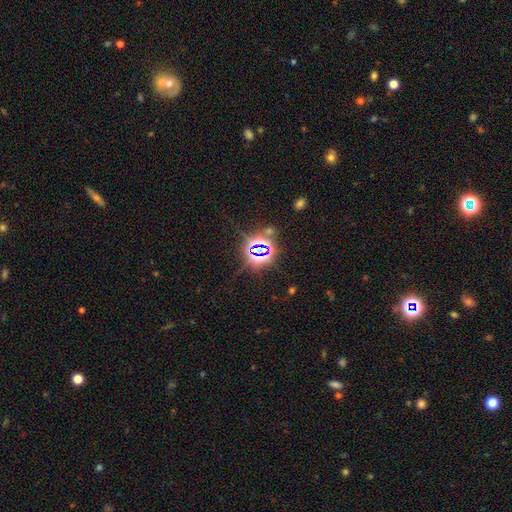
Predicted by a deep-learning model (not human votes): Smooth or featured? Predicted: star or artifact (p=0.81).